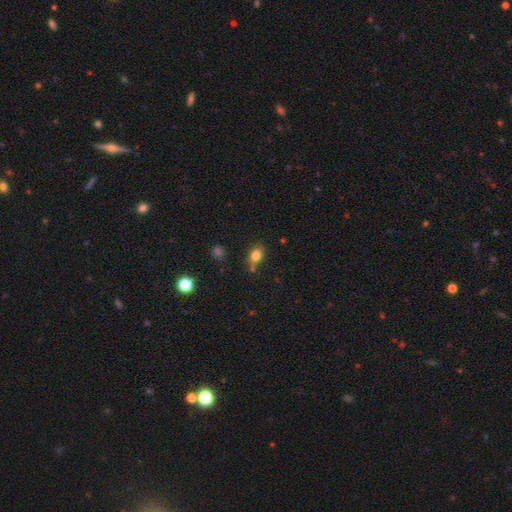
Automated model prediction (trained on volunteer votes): This is likely a smooth galaxy (79%). How rounded: likely in between (66%). Merging: likely none (69%).